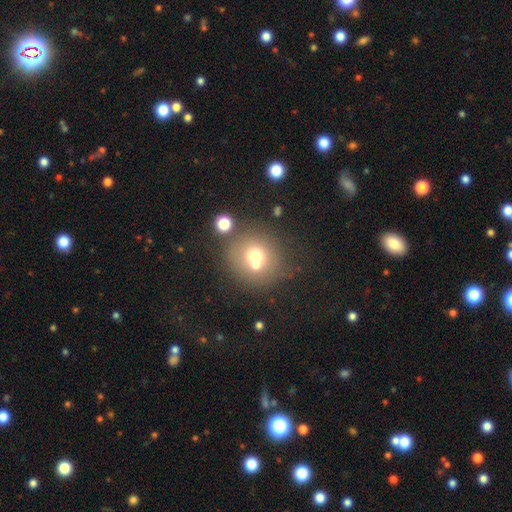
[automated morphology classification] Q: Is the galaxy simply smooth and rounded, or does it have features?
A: smooth — 63%.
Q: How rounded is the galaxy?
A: round — 85%.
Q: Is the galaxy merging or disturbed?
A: none — 46%.